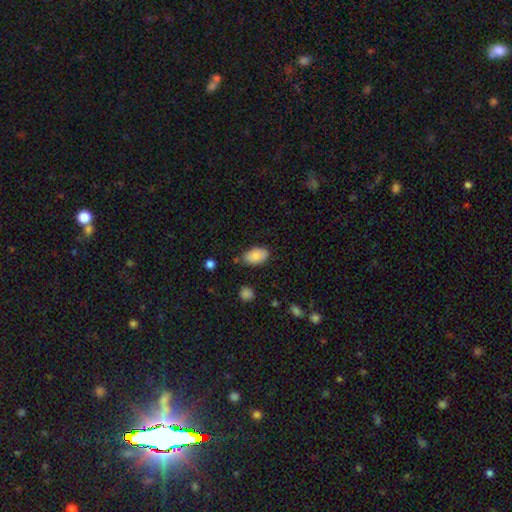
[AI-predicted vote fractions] This appears to be a smooth galaxy with no disk features (85%) that is in between round and cigar-shaped (93%). Merging: none (78%).